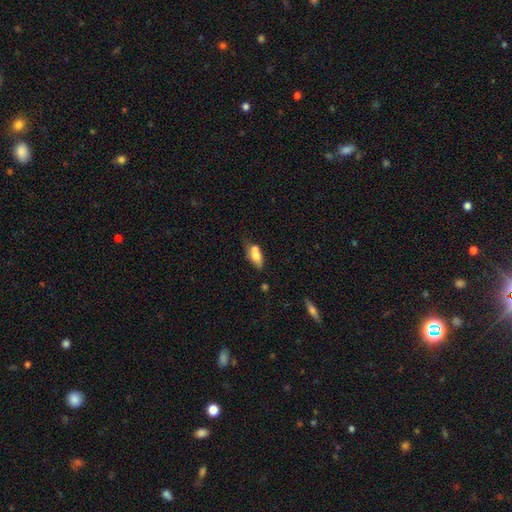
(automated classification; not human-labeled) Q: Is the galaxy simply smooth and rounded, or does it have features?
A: smooth — 68%.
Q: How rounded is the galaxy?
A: in between — 78%.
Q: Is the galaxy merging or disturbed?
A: merger — 39%.